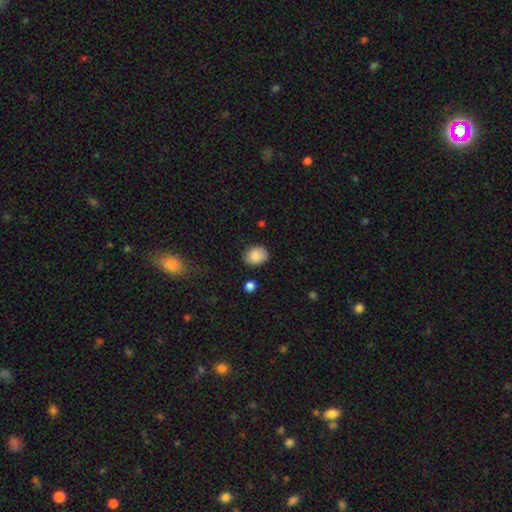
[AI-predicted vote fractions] The model was most divided on "how rounded": in between: 52%, round: 47%, cigar-shaped: 1%. More confident: smooth or featured — smooth (87%); merging — none (81%).